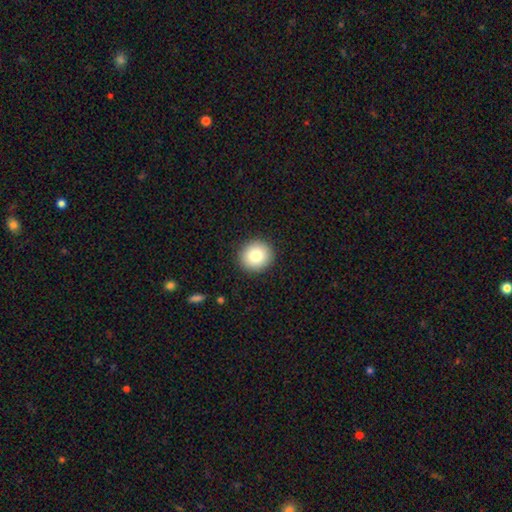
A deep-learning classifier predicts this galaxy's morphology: Smooth or featured?
  - smooth: 82% *
  - star or artifact: 9%
  - featured or disk: 9%
How rounded?
  - round: 89% *
  - in between: 10%
  - cigar-shaped: 1%
Merging?
  - none: 92% *
  - minor disturbance: 6%
  - major disturbance: 2%
  - merger: 1%